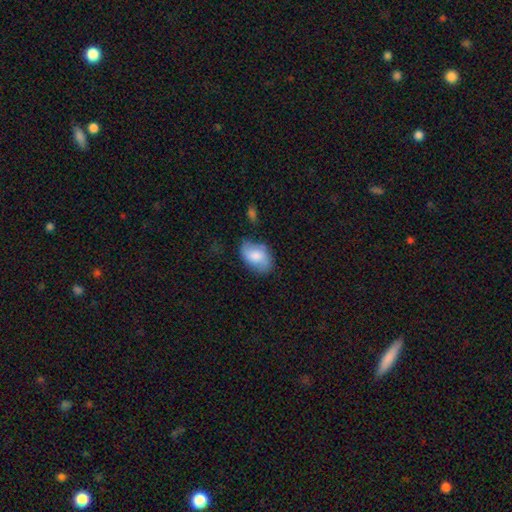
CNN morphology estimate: type=smooth (72%); roundness=in between (89%); merging=none (63%).